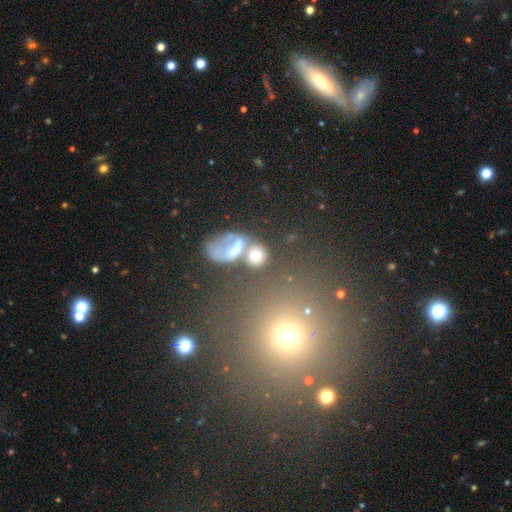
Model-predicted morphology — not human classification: The model was most divided on "merging": merger: 39%, none: 36%, major disturbance: 14%, minor disturbance: 11%. More confident: smooth or featured — smooth (64%); how rounded — round (63%).